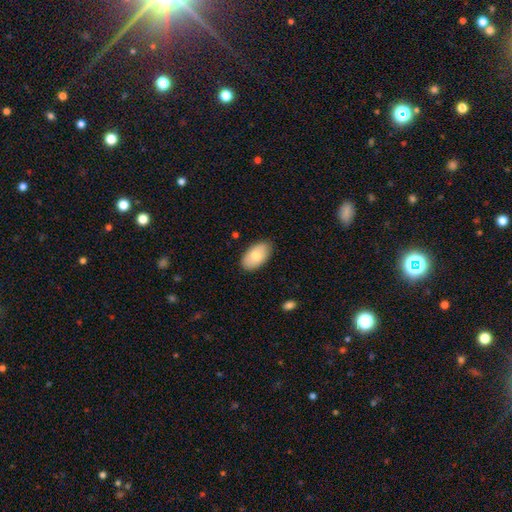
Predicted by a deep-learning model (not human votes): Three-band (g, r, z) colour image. It shows a smooth galaxy with no disk features (78%) that is in between round and cigar-shaped (95%). Merging: none (85%).